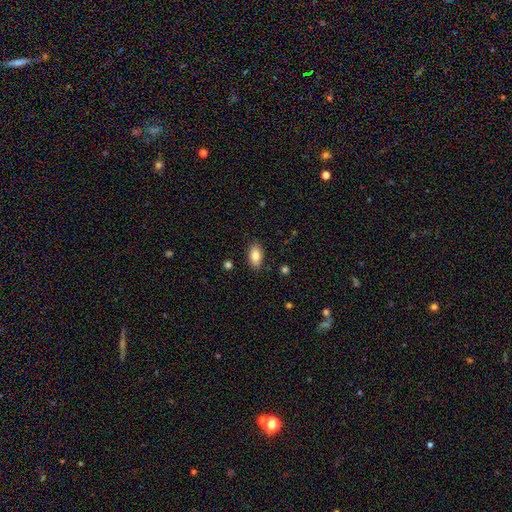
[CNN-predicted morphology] Q: Smooth or featured?
A: smooth (83%); runner-up: featured or disk (10%)
Q: How rounded?
A: in between (91%); runner-up: round (6%)
Q: Merging?
A: none (85%); runner-up: minor disturbance (11%)